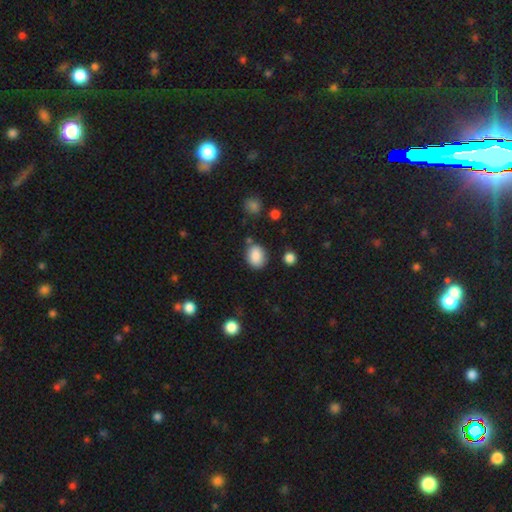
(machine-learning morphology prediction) The model was most divided on "how rounded": in between: 60%, round: 39%, cigar-shaped: 1%. More confident: smooth or featured — smooth (86%); merging — none (74%).